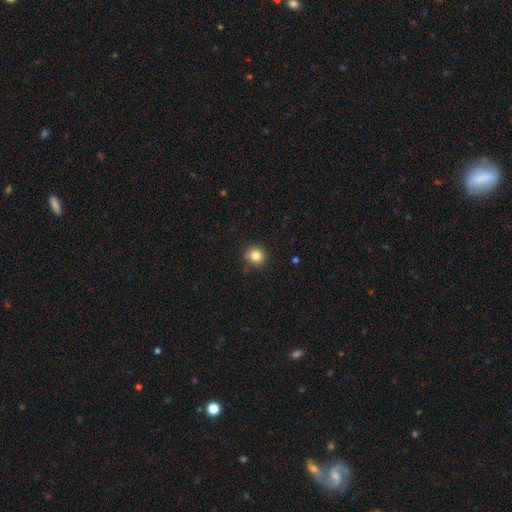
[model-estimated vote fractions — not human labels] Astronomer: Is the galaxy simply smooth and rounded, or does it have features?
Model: smooth — 83%.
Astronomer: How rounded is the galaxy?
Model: round — 89%.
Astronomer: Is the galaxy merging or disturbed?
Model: none — 83%.